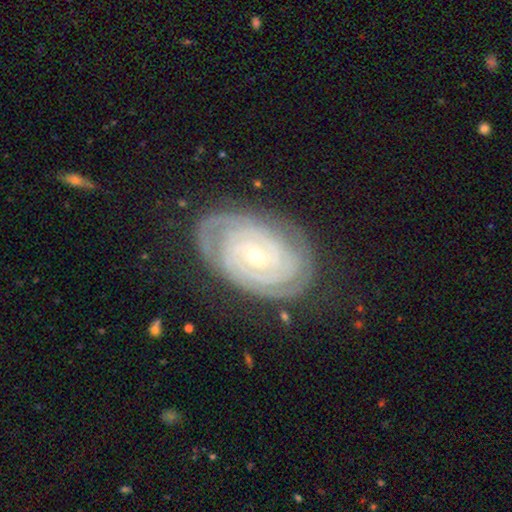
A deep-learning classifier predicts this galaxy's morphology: This appears to be a featured or disk galaxy (89%) with no bar (64%), 2 (37%) tight (87%) spiral arms (98%) and a small central bulge (71%). Merging: none (79%).